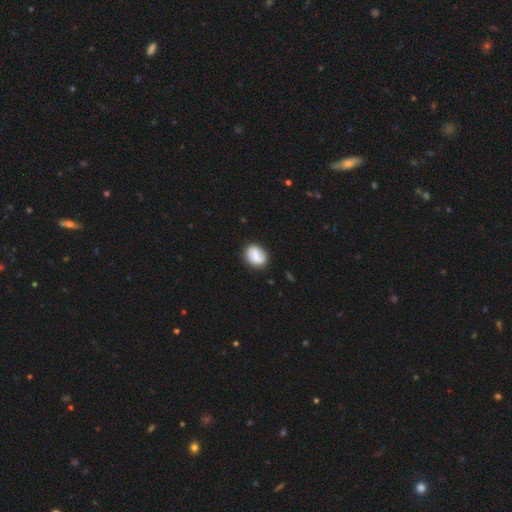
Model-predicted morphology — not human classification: type=smooth (58%); roundness=round (52%); merging=none (76%).